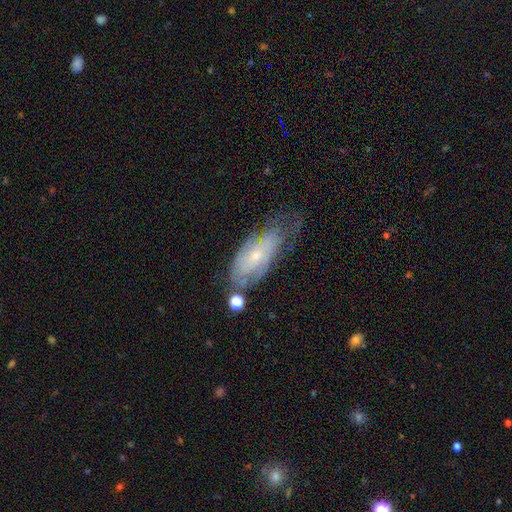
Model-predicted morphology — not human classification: This is likely a featured or disk galaxy (61%). It is clearly not viewed edge-on (88%). Bar: likely no (74%). Spiral arm pattern: likely yes (72%). Central bulge: likely small (71%). Merging: marginally none (44%).